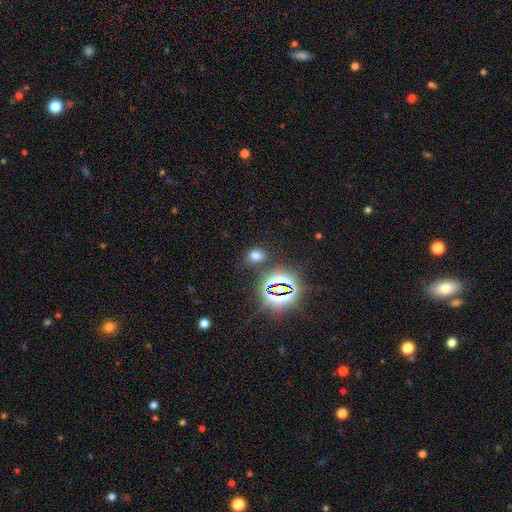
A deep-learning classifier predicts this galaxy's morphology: Smooth or featured?
  - smooth: 61% *
  - star or artifact: 32%
  - featured or disk: 7%
How rounded?
  - round: 50% *
  - in between: 49%
  - cigar-shaped: 1%
Merging?
  - none: 79% *
  - minor disturbance: 11%
  - merger: 6%
  - major disturbance: 4%